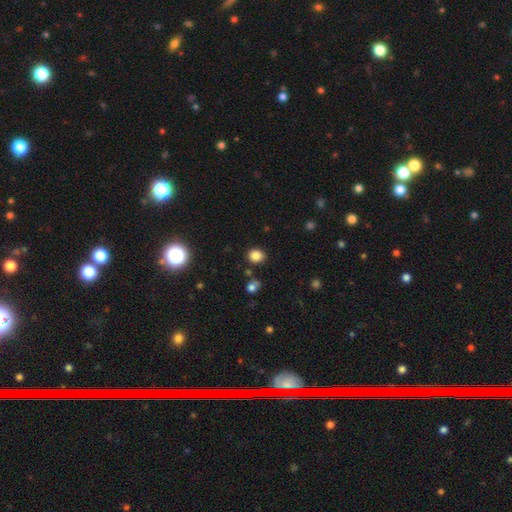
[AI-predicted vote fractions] smooth_or_featured: smooth (p=0.83) [alt: star or artifact p=0.13]
how_rounded: round (p=0.70) [alt: in between p=0.29]
merging: none (p=0.83) [alt: minor disturbance p=0.10]